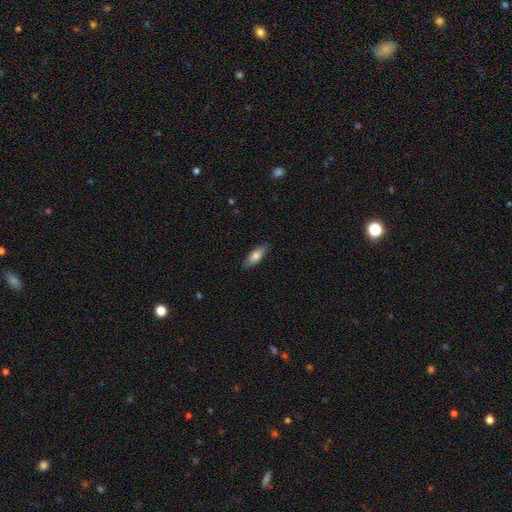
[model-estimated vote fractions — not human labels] Q: Smooth or featured?
A: smooth (77%); runner-up: featured or disk (17%)
Q: How rounded?
A: in between (72%); runner-up: cigar-shaped (26%)
Q: Merging?
A: none (85%); runner-up: minor disturbance (12%)